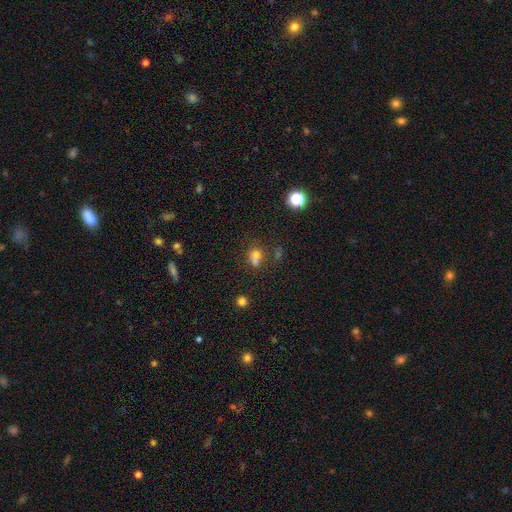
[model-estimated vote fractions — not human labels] smooth 68%, star or artifact 18%, featured or disk 13%. Down the decision tree: how rounded — round (66%); merging — merger (46%).